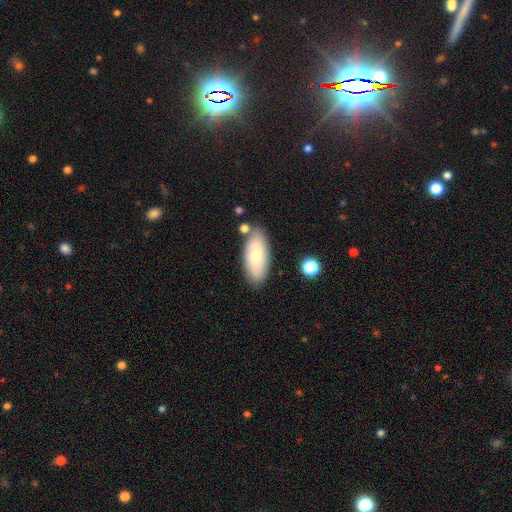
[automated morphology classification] smooth 73%, featured or disk 21%, star or artifact 6%. Down the decision tree: how rounded — in between (85%); merging — none (81%).